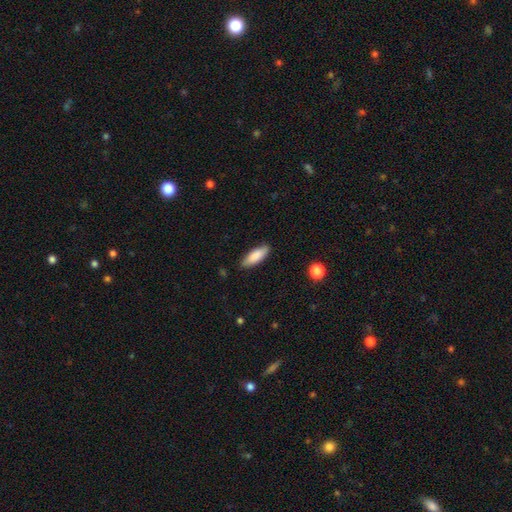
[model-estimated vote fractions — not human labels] This is clearly a smooth galaxy (86%). How rounded: likely in between (64%). Merging: clearly none (86%).